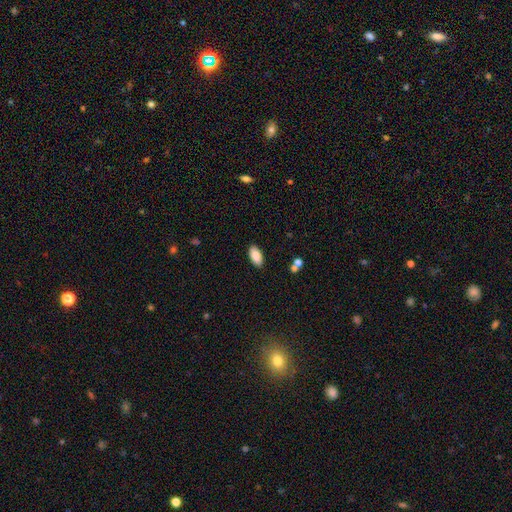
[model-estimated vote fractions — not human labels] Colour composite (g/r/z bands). It shows a smooth galaxy with no disk features (86%) that is in between round and cigar-shaped (93%). Merging: none (88%).